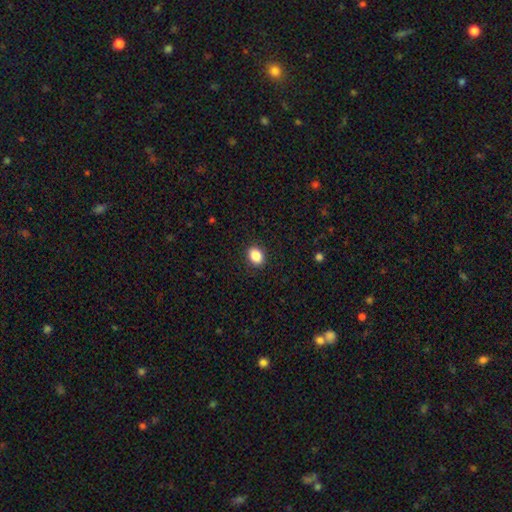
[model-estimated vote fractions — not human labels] The model was most divided on "how rounded": in between: 63%, round: 36%, cigar-shaped: 1%. More confident: merging — none (90%); smooth or featured — smooth (87%).